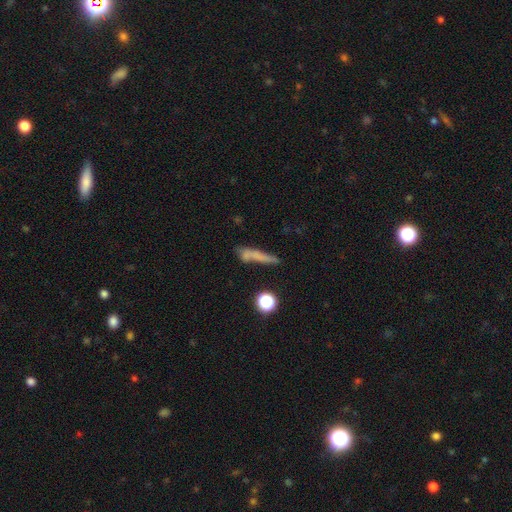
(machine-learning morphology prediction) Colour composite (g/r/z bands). It shows a smooth galaxy with no disk features (61%) that is cigar-shaped (83%). Merging: none (59%).